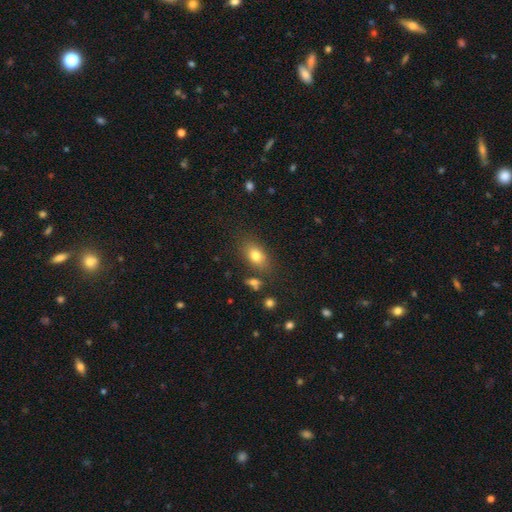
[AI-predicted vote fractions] Overall: smooth (78%). How rounded: in between (82%). Merging: none (76%).